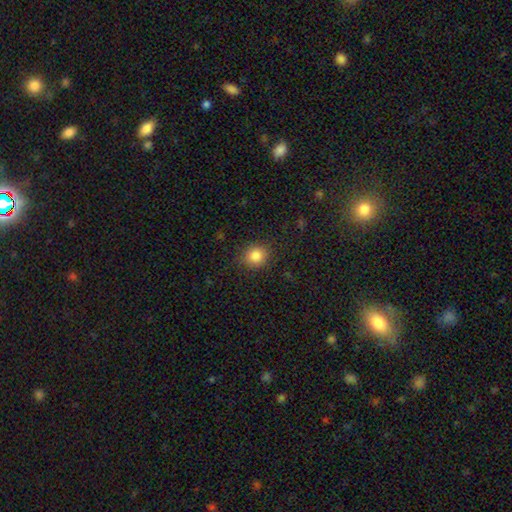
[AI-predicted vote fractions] A smooth galaxy with no disk features (85%) that is round (83%).

Vote fractions:
- Smooth or featured? smooth: 85% / star or artifact: 11% / featured or disk: 5%
- How rounded? round: 83% / in between: 16% / cigar-shaped: 1%
- Merging? none: 87% / minor disturbance: 9% / major disturbance: 3% / merger: 1%